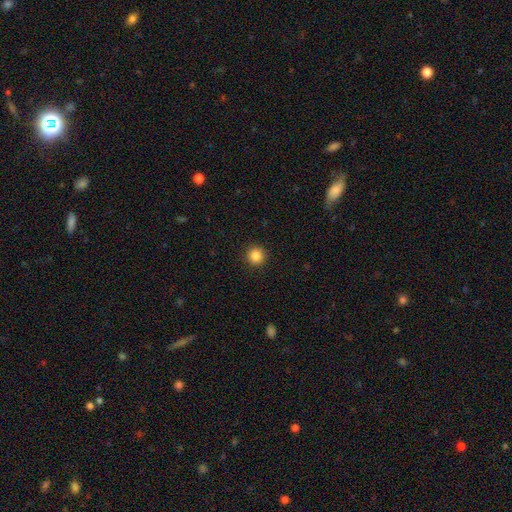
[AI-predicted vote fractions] smooth_or_featured: smooth (p=0.86) [alt: star or artifact p=0.11]
how_rounded: round (p=0.95) [alt: in between p=0.04]
merging: none (p=0.93) [alt: minor disturbance p=0.05]